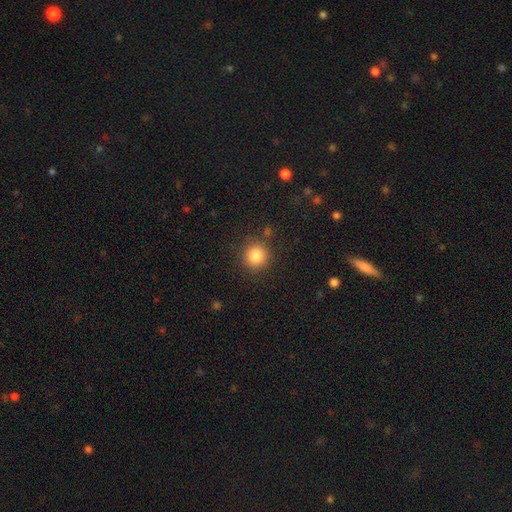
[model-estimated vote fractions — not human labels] Smooth or featured? Predicted: smooth (p=0.84). How rounded? Predicted: round (p=0.93). Merging? Predicted: none (p=0.87).